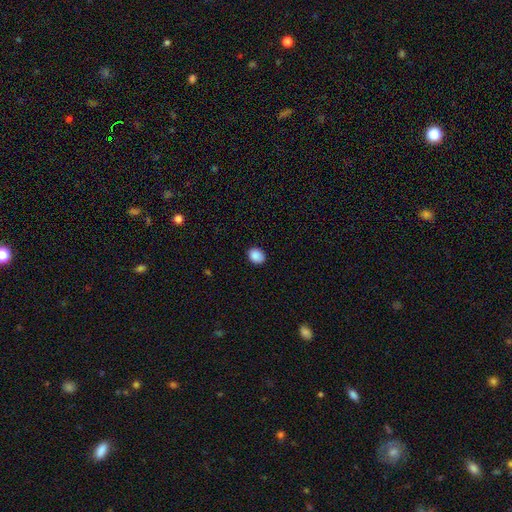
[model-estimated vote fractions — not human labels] Smooth or featured? smooth (89%)
How rounded? in between (50%)
Merging? none (89%)